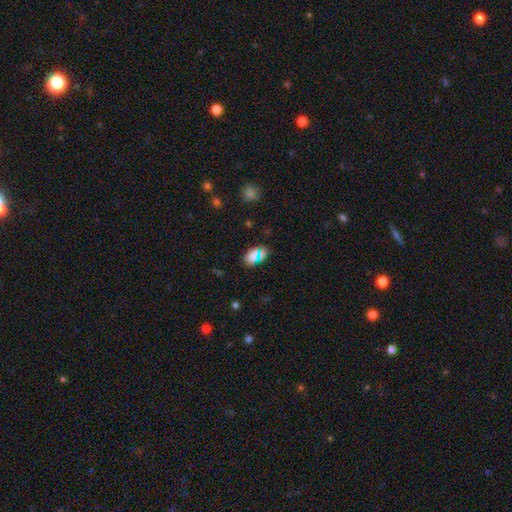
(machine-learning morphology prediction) Q: Smooth or featured?
A: smooth (72%); runner-up: star or artifact (21%)
Q: How rounded?
A: in between (83%); runner-up: round (14%)
Q: Merging?
A: none (84%); runner-up: minor disturbance (11%)